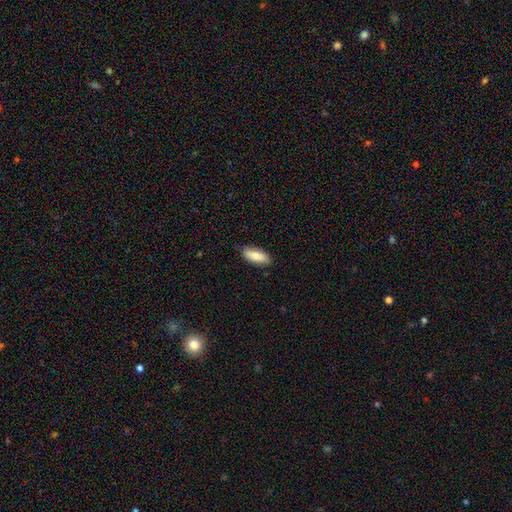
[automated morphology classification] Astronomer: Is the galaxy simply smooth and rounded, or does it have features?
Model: smooth — 79%.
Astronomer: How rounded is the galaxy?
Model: in between — 77%.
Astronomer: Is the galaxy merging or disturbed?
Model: none — 85%.